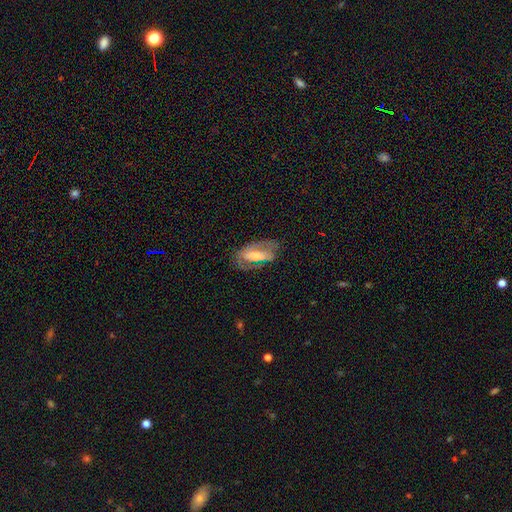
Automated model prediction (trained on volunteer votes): featured or disk 67%, smooth 26%, star or artifact 7%. Down the decision tree: edge-on disk — no (89%); bar — strong (44%); spiral arms — yes (68%); bulge size — moderate (47%); merging — none (67%).